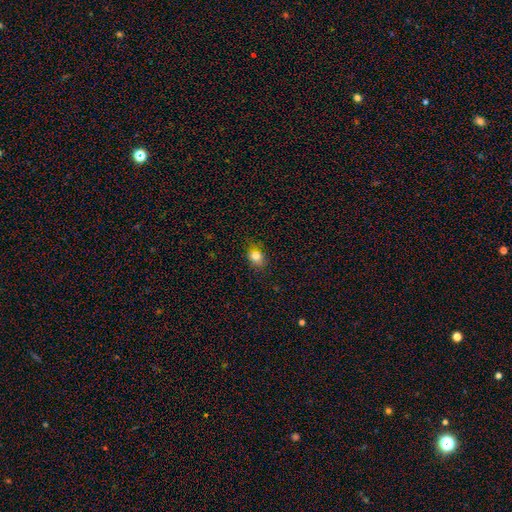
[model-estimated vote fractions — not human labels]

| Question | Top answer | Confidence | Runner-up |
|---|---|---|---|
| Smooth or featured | smooth | 81% | star or artifact (12%) |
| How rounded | in between | 54% | round (44%) |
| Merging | none | 83% | minor disturbance (13%) |